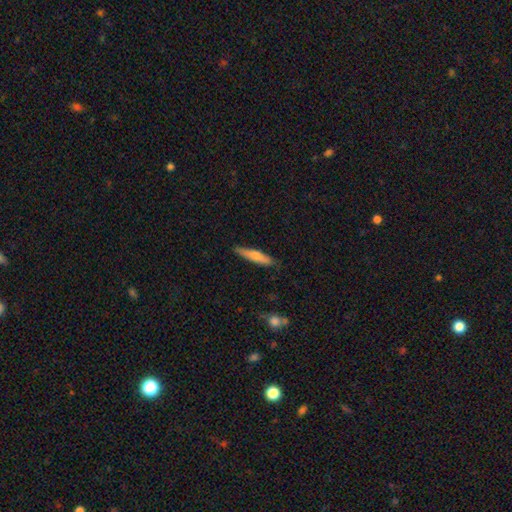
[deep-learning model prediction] Overall: smooth (65%; featured or disk 29%). How rounded: cigar-shaped (87%). Merging: none (85%).